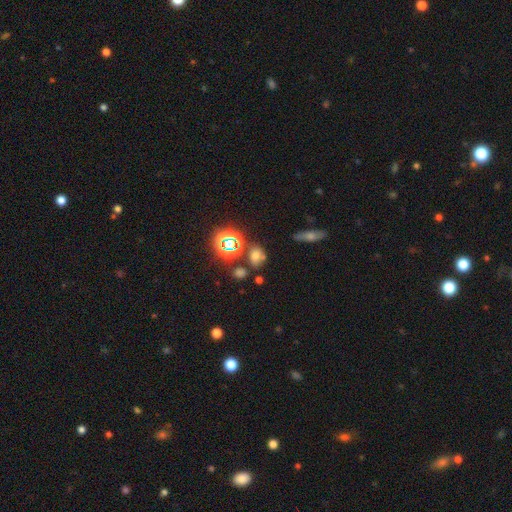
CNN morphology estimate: The model was most divided on "how rounded": in between: 54%, round: 44%, cigar-shaped: 2%. More confident: merging — none (65%); smooth or featured — smooth (55%).